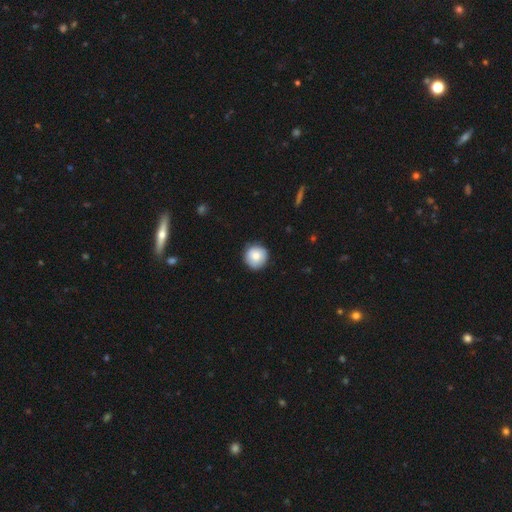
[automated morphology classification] smooth 81%, featured or disk 12%, star or artifact 7%. Down the decision tree: how rounded — round (95%); merging — none (86%).